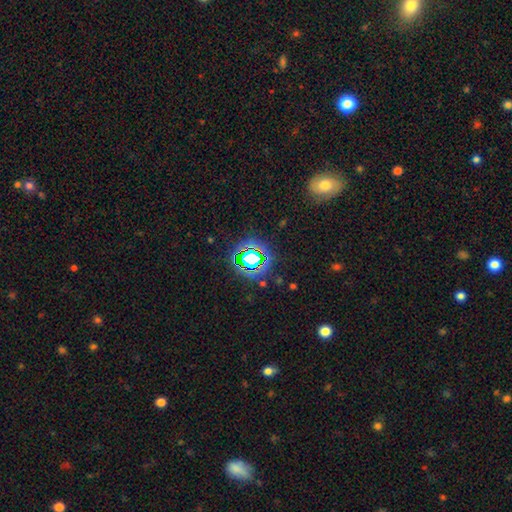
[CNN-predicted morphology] Smooth or featured?
  - star or artifact: 77% *
  - smooth: 14%
  - featured or disk: 9%